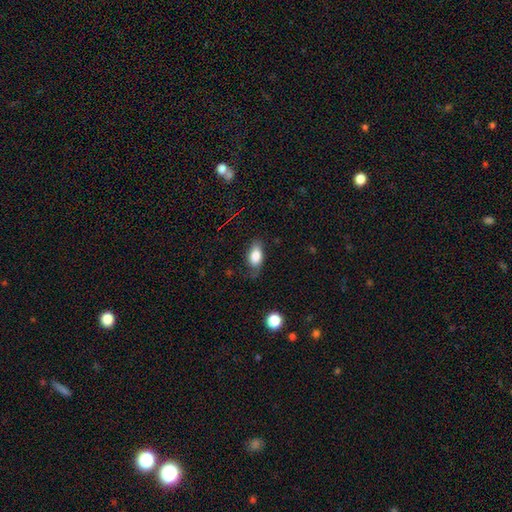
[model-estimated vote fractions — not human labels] Smooth or featured? smooth (79%)
How rounded? in between (89%)
Merging? none (64%)